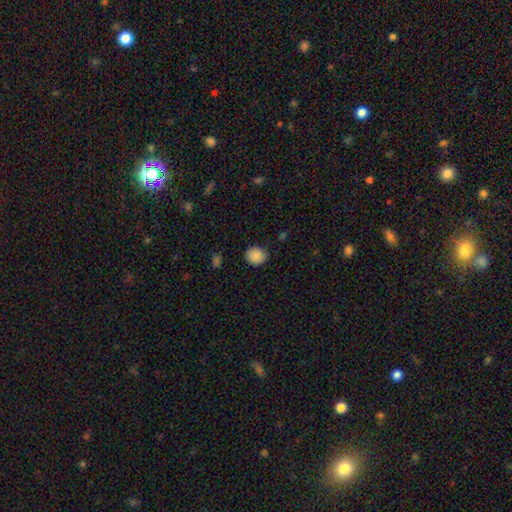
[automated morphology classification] type=smooth (88%); roundness=round (74%); merging=none (77%).